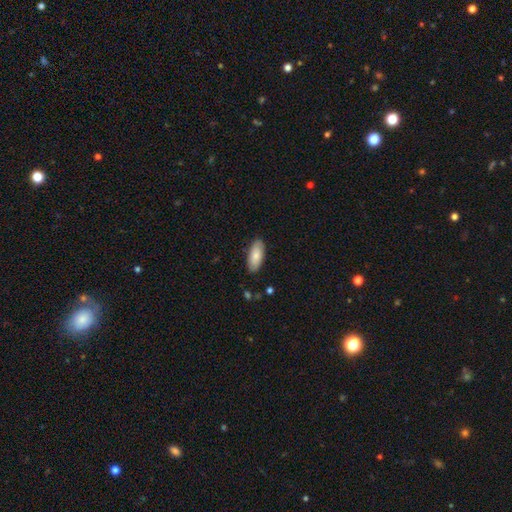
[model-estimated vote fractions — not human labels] A smooth galaxy with no disk features (80%) that is in between round and cigar-shaped (87%). Merging: none (86%).